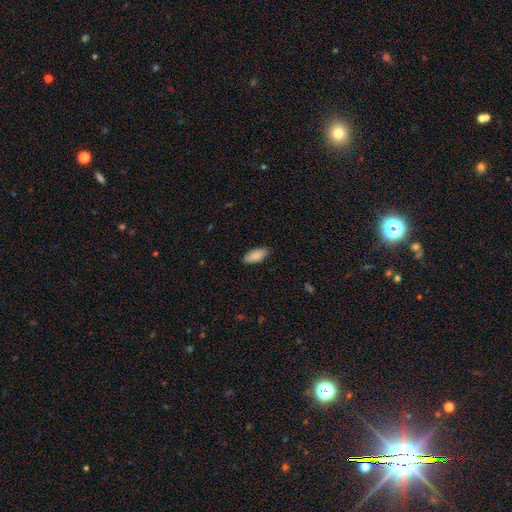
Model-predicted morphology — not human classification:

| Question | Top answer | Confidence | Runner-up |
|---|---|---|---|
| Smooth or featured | smooth | 87% | featured or disk (7%) |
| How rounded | in between | 86% | cigar-shaped (12%) |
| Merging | none | 87% | minor disturbance (10%) |